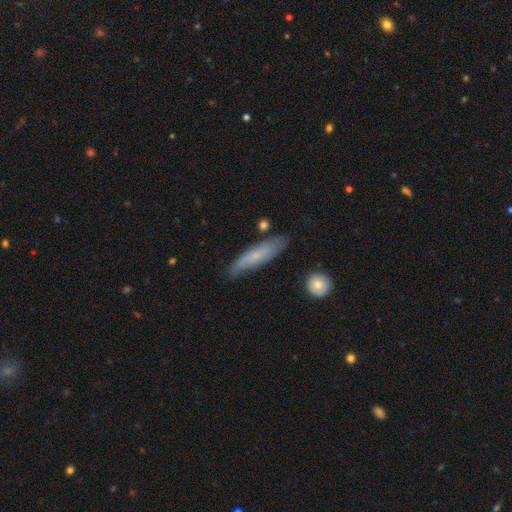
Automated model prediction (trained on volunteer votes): A smooth galaxy with no disk features (53%) that is cigar-shaped (68%). Merging: none (71%).